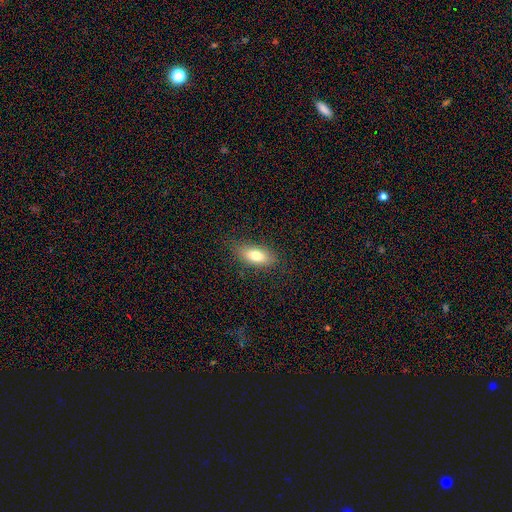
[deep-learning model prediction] This appears to be a smooth galaxy with no disk features (77%) that is in between round and cigar-shaped (84%). Merging: none (84%).